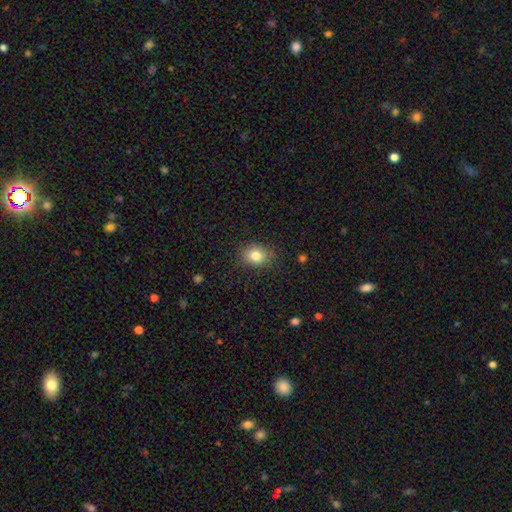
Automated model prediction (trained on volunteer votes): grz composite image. It shows a smooth galaxy with no disk features (82%) that is in between round and cigar-shaped (50%). Merging: none (83%).